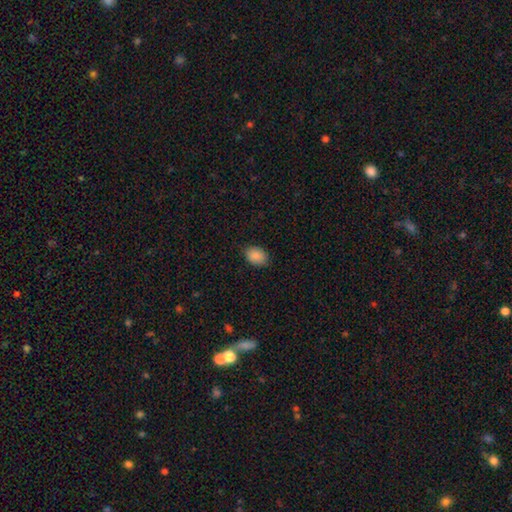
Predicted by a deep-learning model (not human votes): Smooth or featured? Predicted: smooth (p=0.89). How rounded? Predicted: in between (p=0.77). Merging? Predicted: none (p=0.83).